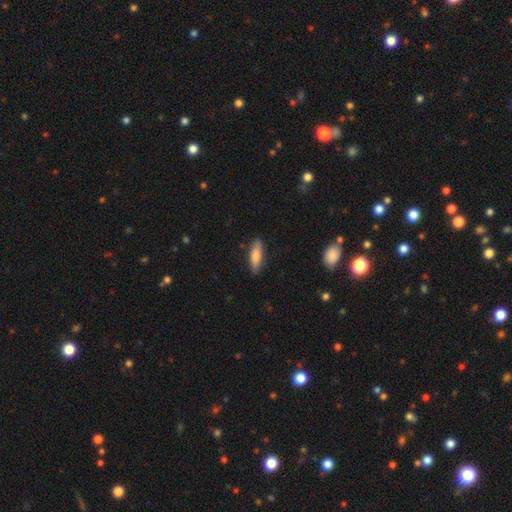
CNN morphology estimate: Smooth or featured? smooth (76%)
How rounded? cigar-shaped (62%)
Merging? none (85%)